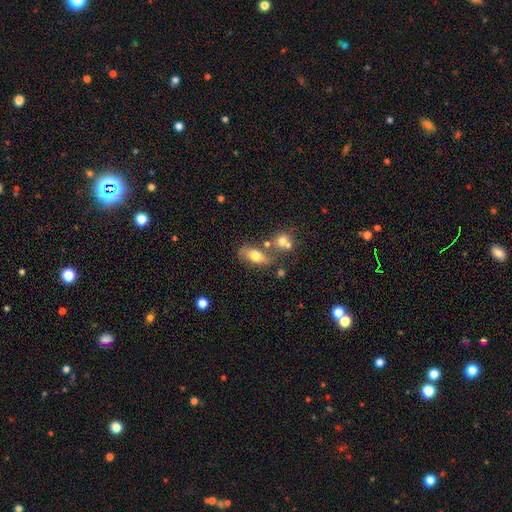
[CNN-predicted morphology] smooth 68%, featured or disk 23%, star or artifact 9%. Down the decision tree: how rounded — in between (79%); merging — none (58%).